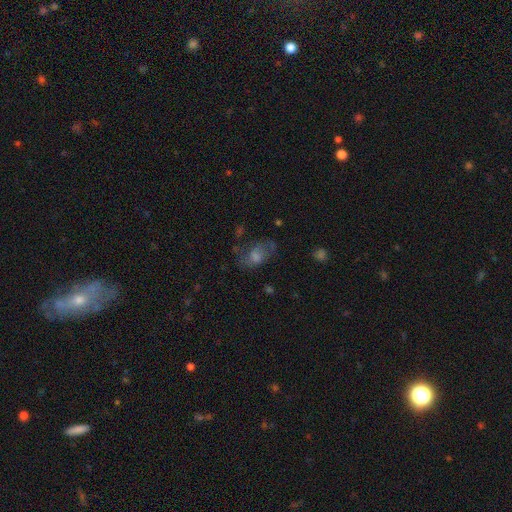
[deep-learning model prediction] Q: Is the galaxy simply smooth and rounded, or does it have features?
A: featured or disk — 41%.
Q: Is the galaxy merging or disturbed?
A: none — 52%.